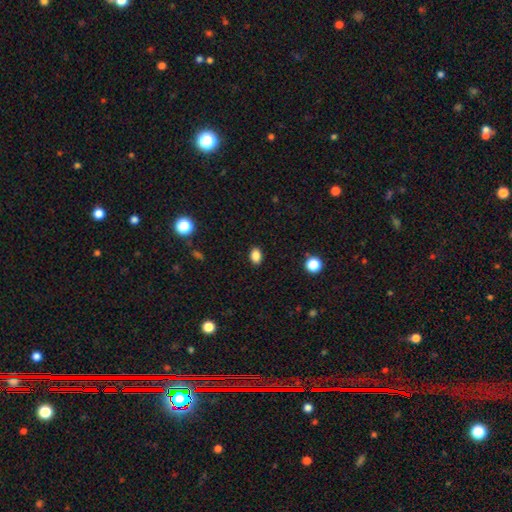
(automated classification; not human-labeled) Q: Smooth or featured?
A: smooth (86%); runner-up: star or artifact (11%)
Q: How rounded?
A: in between (77%); runner-up: round (22%)
Q: Merging?
A: none (89%); runner-up: minor disturbance (8%)